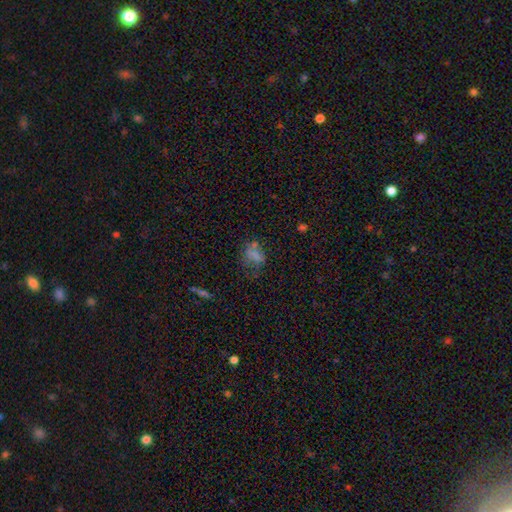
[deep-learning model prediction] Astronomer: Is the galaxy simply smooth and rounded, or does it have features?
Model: smooth — 62%.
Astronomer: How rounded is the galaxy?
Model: in between — 61%.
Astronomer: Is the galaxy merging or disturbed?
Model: none — 53%.